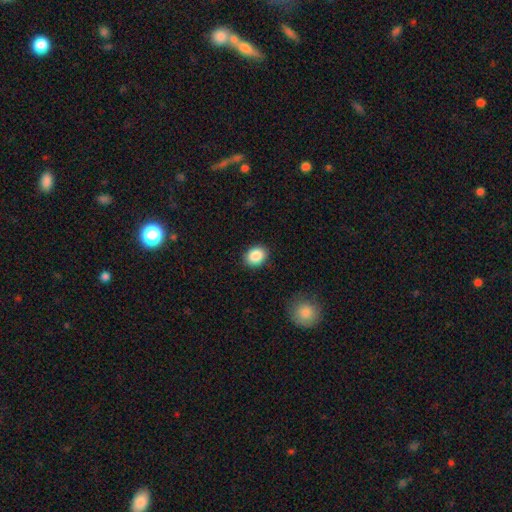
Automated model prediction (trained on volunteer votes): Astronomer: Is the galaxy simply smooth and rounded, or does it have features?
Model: smooth — 88%.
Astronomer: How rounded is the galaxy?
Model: in between — 57% (runner-up: round, 42%).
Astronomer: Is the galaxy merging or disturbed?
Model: none — 88%.